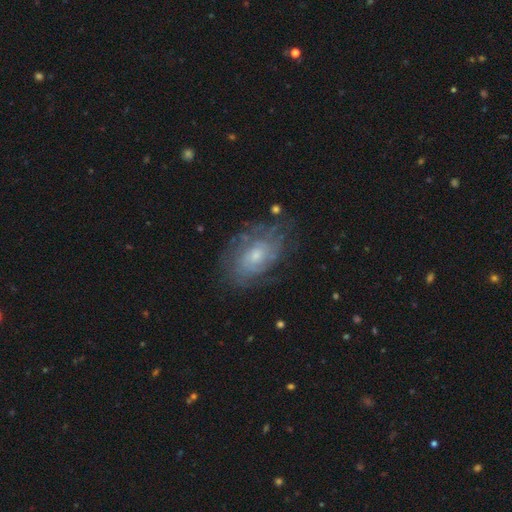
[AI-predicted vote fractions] smooth-or-featured: featured or disk: 73% | smooth: 19% | star or artifact: 8%
  disk-edge-on: no: 96% | yes: 4%
    bar: no: 75% | weak: 22% | strong: 3%
    has-spiral-arms: yes: 82% | no: 18%
      spiral-winding: tight: 63% | medium: 28% | loose: 10%
      spiral-arm-count: can't tell: 58% | 2: 16% | 3: 9% | 4: 7% | more than 4: 5% | 1: 5%
    bulge-size: small: 47% | moderate: 44% | large: 4% | none: 3% | dominant: 1%
  merging: none: 69% | minor disturbance: 19% | major disturbance: 10% | merger: 2%